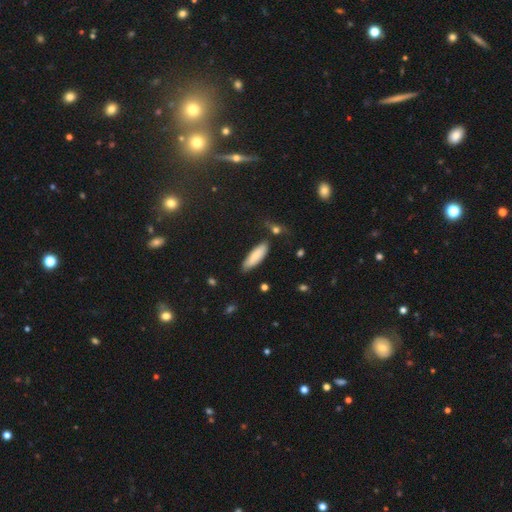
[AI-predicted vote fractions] smooth-or-featured: smooth: 78% | featured or disk: 16% | star or artifact: 6%
  how-rounded: in between: 50% | cigar-shaped: 49% | round: 2%
  merging: none: 76% | minor disturbance: 16% | merger: 4% | major disturbance: 4%